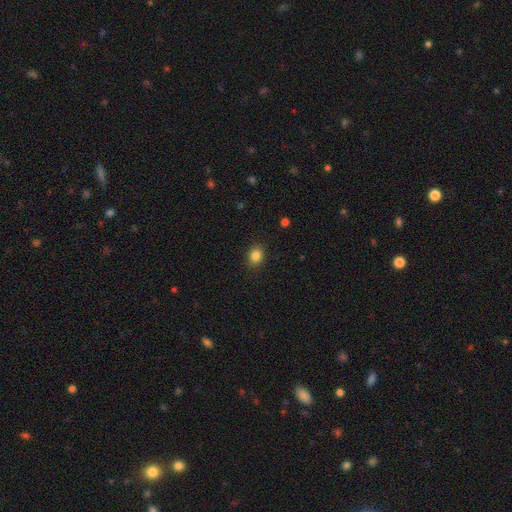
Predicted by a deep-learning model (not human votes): smooth 84%, star or artifact 11%, featured or disk 5%. Down the decision tree: how rounded — round (52%); merging — none (89%).